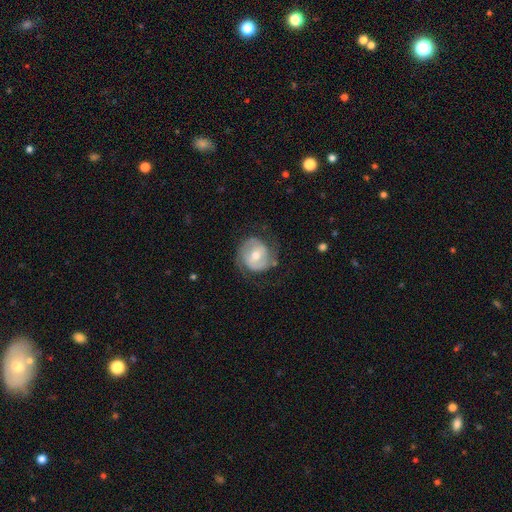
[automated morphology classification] Smooth or featured? featured or disk (66%)
Edge-on disk? no (97%)
Bar? weak (45%)
Spiral arms? yes (77%)
Bulge size? moderate (68%)
Merging? none (68%)